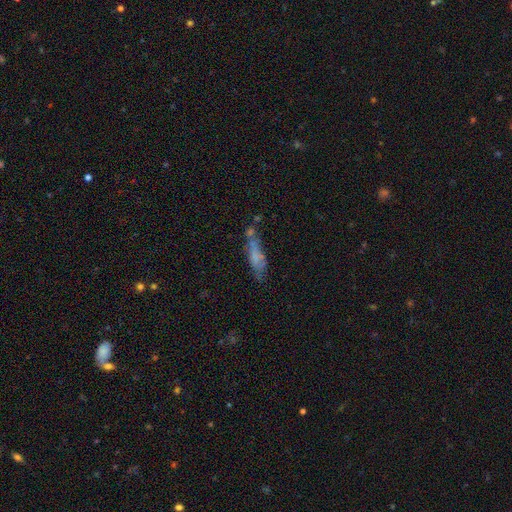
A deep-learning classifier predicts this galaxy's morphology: The model was most divided on "smooth or featured": smooth: 54%, featured or disk: 34%, star or artifact: 12%. Remaining: how rounded — cigar-shaped (61%); merging — none (45%).